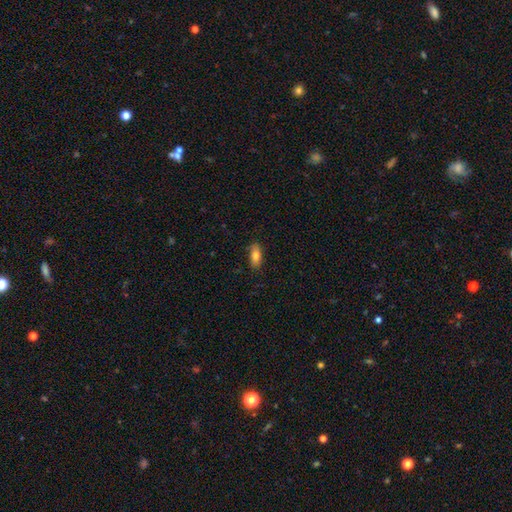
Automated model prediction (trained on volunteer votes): A smooth galaxy with no disk features (79%) that is in between round and cigar-shaped (82%).

Vote fractions:
- Smooth or featured? smooth: 79% / featured or disk: 14% / star or artifact: 7%
- How rounded? in between: 82% / cigar-shaped: 15% / round: 3%
- Merging? none: 81% / minor disturbance: 16% / major disturbance: 3% / merger: 1%